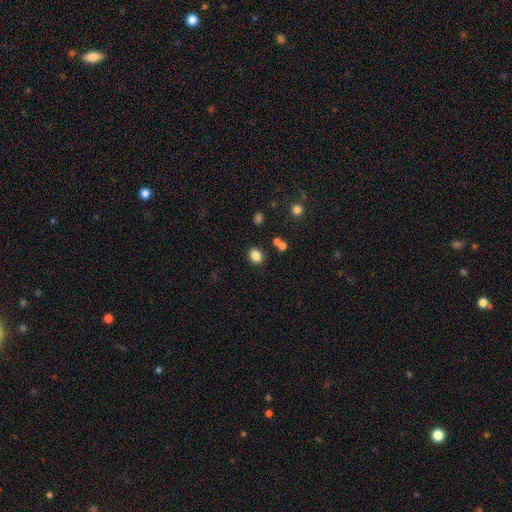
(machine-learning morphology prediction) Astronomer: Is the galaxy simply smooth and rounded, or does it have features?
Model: smooth — 84%.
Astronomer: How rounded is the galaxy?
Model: round — 51% (runner-up: in between, 48%).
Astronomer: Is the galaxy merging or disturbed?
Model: none — 84%.